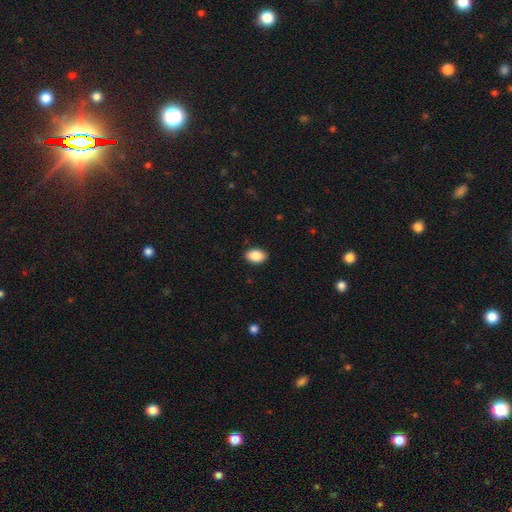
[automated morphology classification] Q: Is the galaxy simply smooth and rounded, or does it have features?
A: smooth — 88%.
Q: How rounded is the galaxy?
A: in between — 89%.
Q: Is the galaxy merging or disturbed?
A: none — 89%.